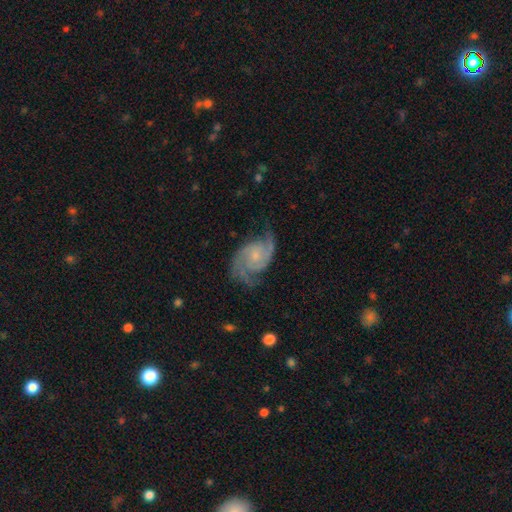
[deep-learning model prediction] Smooth or featured? Predicted: featured or disk (p=0.89). Edge-on disk? Predicted: no (p=0.97). Bar? Predicted: no (p=0.67). Spiral arms? Predicted: yes (p=0.98). Spiral winding? Predicted: medium (p=0.50). Spiral arm count? Predicted: 2 (p=0.72). Bulge size? Predicted: small (p=0.64). Merging? Predicted: none (p=0.69).